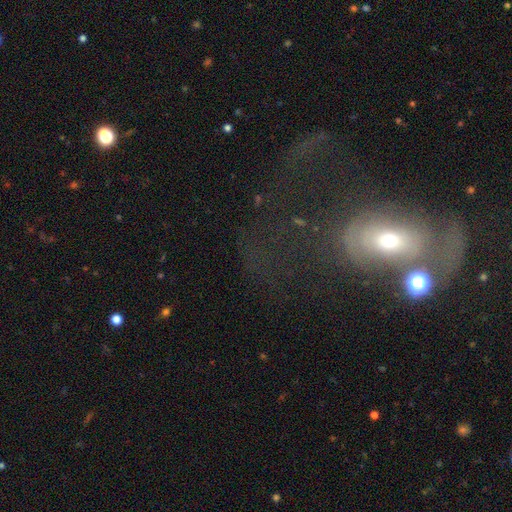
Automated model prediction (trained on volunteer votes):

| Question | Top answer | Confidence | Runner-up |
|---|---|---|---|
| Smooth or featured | featured or disk | 47% | smooth (33%) |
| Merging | major disturbance | 41% | none (28%) |